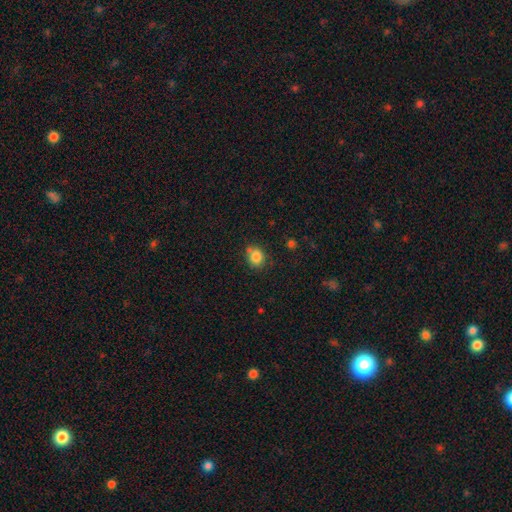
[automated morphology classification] A smooth galaxy with no disk features (83%) that is round (68%).

Vote fractions:
- Smooth or featured? smooth: 83% / star or artifact: 10% / featured or disk: 7%
- How rounded? round: 68% / in between: 31% / cigar-shaped: 1%
- Merging? none: 67% / minor disturbance: 19% / merger: 10% / major disturbance: 4%